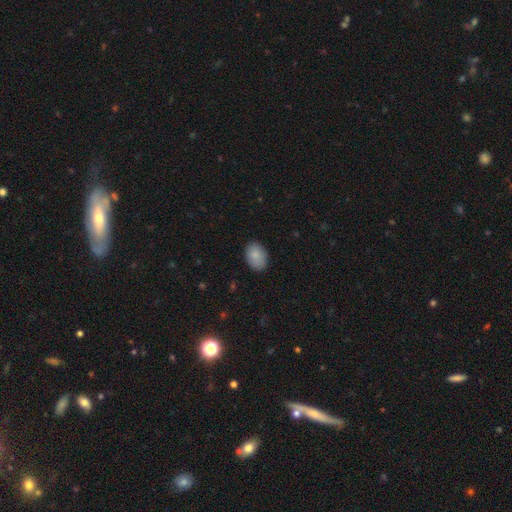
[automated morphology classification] The model was most divided on "how rounded": in between: 84%, round: 15%, cigar-shaped: 1%. More confident: smooth or featured — smooth (86%); merging — none (84%).